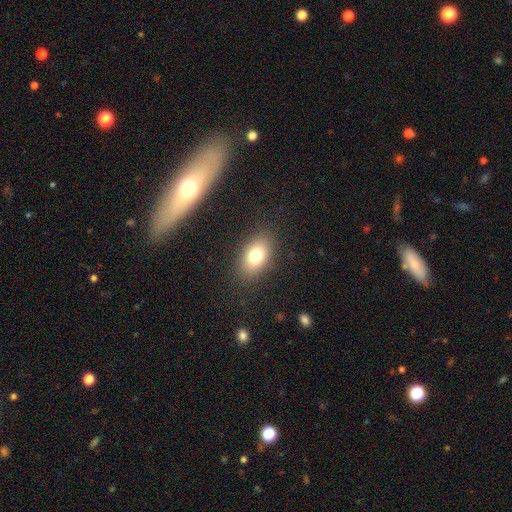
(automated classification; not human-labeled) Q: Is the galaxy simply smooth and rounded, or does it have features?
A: smooth — 76%.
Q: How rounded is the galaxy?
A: in between — 87%.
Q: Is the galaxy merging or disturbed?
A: none — 86%.